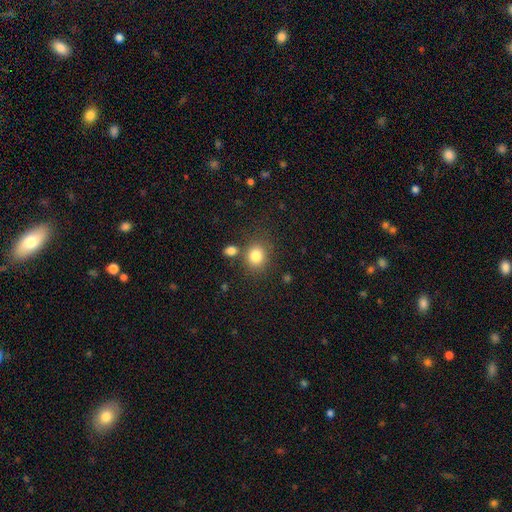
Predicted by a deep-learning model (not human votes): Smooth or featured?
  - smooth: 82% *
  - star or artifact: 11%
  - featured or disk: 7%
How rounded?
  - round: 72% *
  - in between: 27%
  - cigar-shaped: 1%
Merging?
  - none: 73% *
  - merger: 12%
  - minor disturbance: 11%
  - major disturbance: 4%